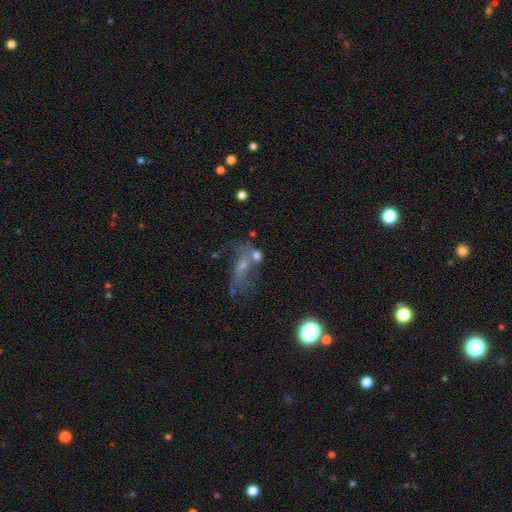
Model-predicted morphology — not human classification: smooth-or-featured: featured or disk: 45% | smooth: 40% | star or artifact: 15%
  merging: merger: 40% | major disturbance: 24% | none: 23% | minor disturbance: 13%